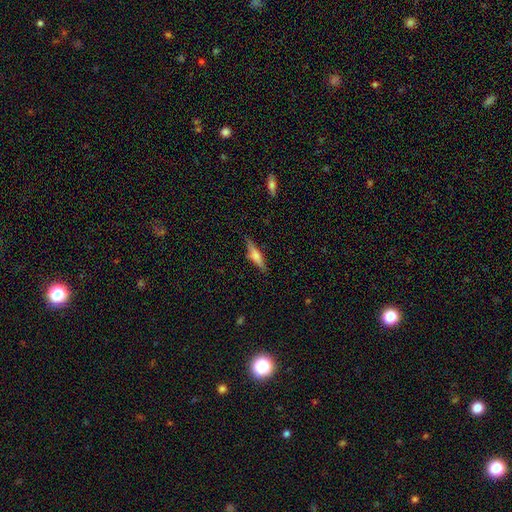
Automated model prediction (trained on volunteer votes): Smooth or featured? smooth (51%)
How rounded? cigar-shaped (78%)
Merging? none (85%)